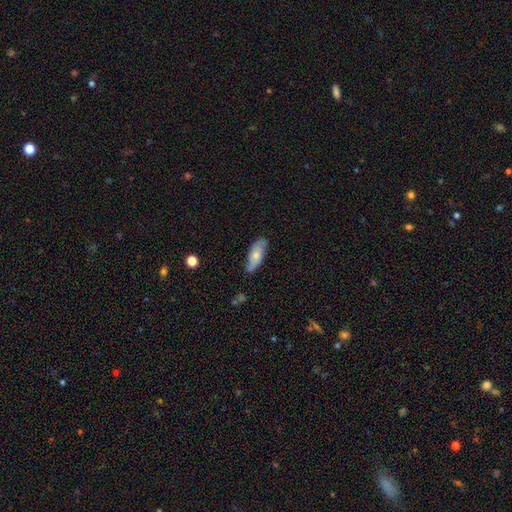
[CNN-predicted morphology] Smooth or featured: smooth — 58% (featured or disk — 36%)
How rounded: in between — 76% (cigar-shaped — 21%)
Merging: none — 75% (minor disturbance — 20%)